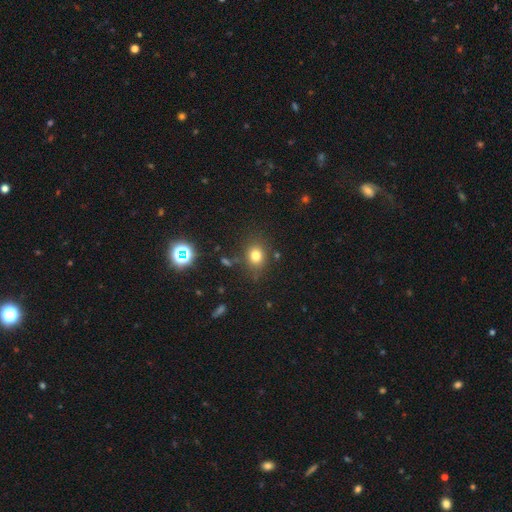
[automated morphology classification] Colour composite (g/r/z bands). It shows a smooth galaxy with no disk features (76%) that is round (63%). Merging: none (79%).